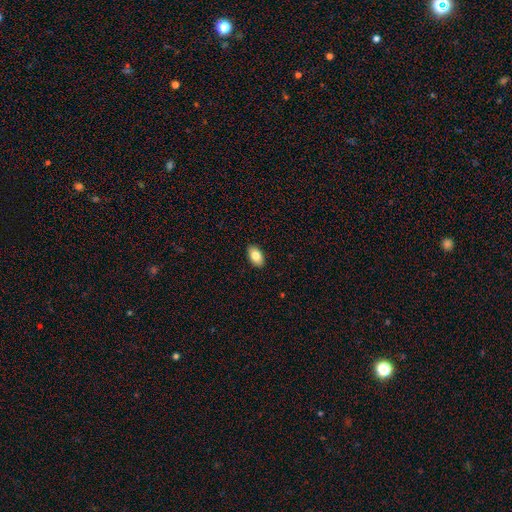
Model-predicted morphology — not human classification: smooth 84%, featured or disk 9%, star or artifact 7%. Down the decision tree: how rounded — in between (93%); merging — none (91%).